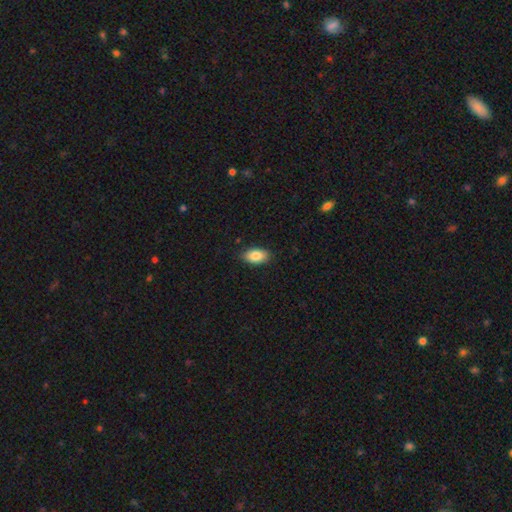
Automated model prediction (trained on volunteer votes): Smooth or featured? smooth (84%)
How rounded? in between (92%)
Merging? none (86%)